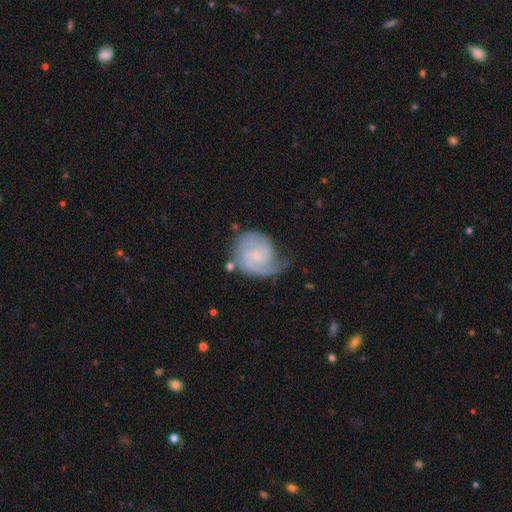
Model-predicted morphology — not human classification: This is clearly a featured or disk galaxy (82%). It is clearly not viewed edge-on (98%). Bar: possibly no (55%). Spiral arm pattern: clearly yes (95%). Spiral arm count: possibly 2 (52%). Spiral winding: possibly tight (47%). Central bulge: likely small (78%). Merging: possibly none (52%).